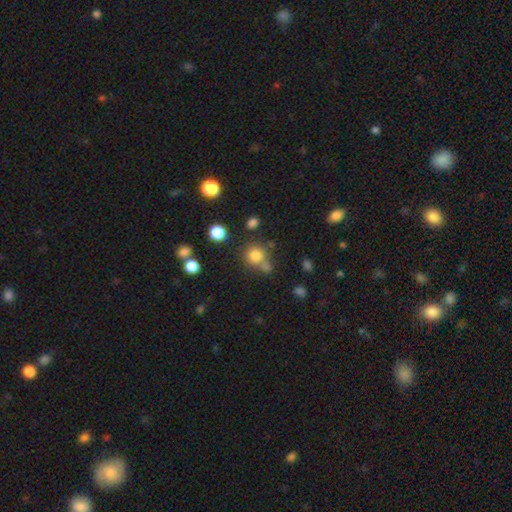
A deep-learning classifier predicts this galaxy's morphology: Overall: smooth (78%). How rounded: round (88%). Merging: none (61%; merger 23%).